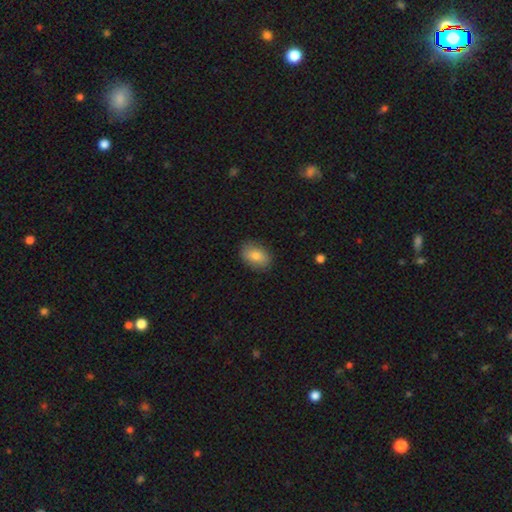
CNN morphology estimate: Smooth or featured: smooth — 81% (featured or disk — 12%)
How rounded: in between — 83% (round — 16%)
Merging: none — 86% (minor disturbance — 10%)